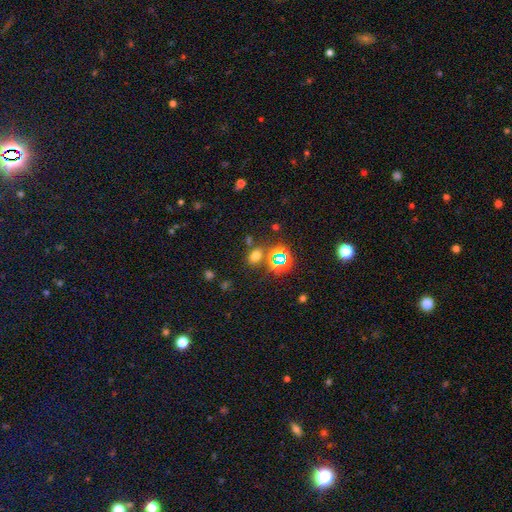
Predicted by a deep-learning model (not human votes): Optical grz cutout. It shows a smooth galaxy with no disk features (60%) that is in between round and cigar-shaped (59%). Merging: none (75%).